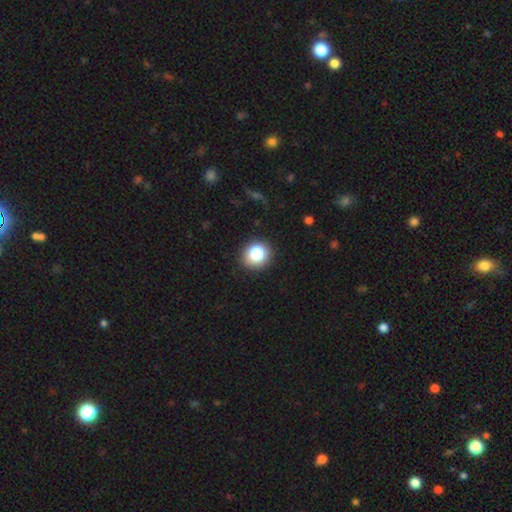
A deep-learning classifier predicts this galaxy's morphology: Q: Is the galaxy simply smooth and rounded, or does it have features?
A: smooth — 81%.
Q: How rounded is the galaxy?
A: round — 84%.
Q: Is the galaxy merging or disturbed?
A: none — 89%.